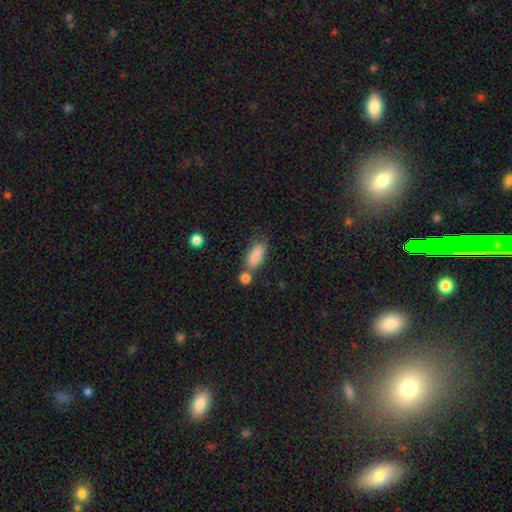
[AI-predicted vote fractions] This is clearly a smooth galaxy (84%). How rounded: likely in between (79%). Merging: possibly none (58%).